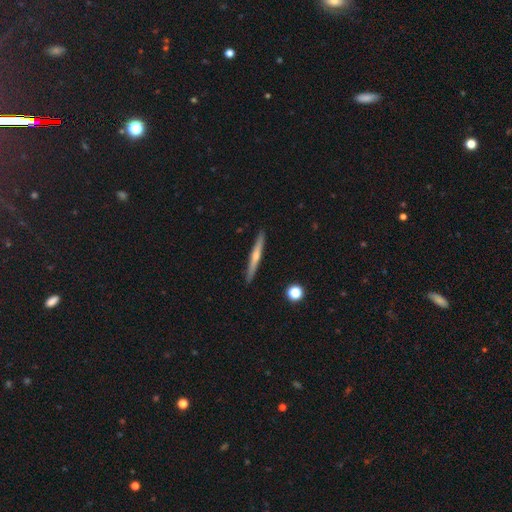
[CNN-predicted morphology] Overall: featured or disk (60%; smooth 34%). Edge-on disk: yes (97%). Edge-on bulge: rounded (74%). Merging: none (91%).